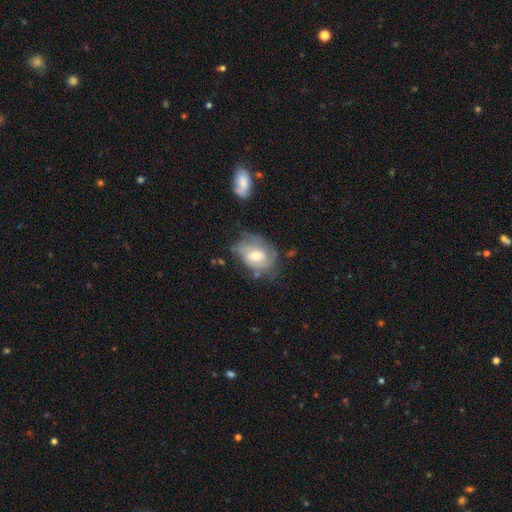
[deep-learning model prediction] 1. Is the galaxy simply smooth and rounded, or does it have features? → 52% featured or disk, 41% smooth, 8% star or artifact.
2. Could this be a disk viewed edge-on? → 95% no, 5% yes.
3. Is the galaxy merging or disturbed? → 50% none, 30% minor disturbance, 16% major disturbance, 4% merger.